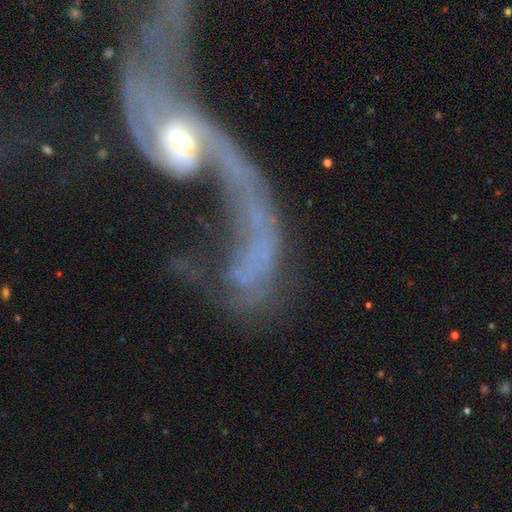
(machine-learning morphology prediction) smooth-or-featured: featured or disk: 75% | smooth: 15% | star or artifact: 10%
  disk-edge-on: no: 94% | yes: 6%
    bar: no: 62% | weak: 24% | strong: 14%
    has-spiral-arms: yes: 71% | no: 29%
    bulge-size: small: 42% | moderate: 41% | none: 9% | large: 5% | dominant: 3%
  merging: major disturbance: 47% | merger: 35% | none: 11% | minor disturbance: 7%